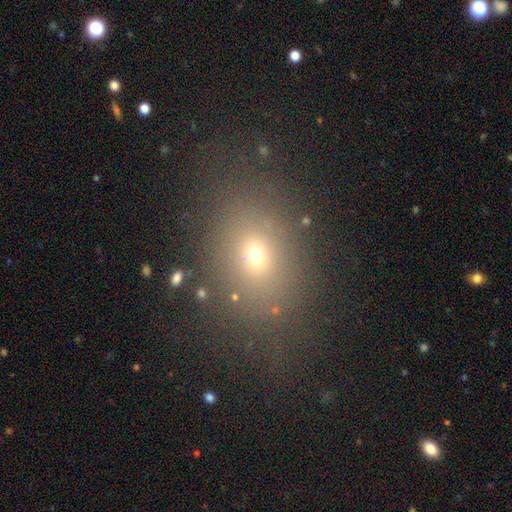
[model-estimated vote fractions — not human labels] Morphology: type=smooth (64%); roundness=in between (57%); merging=none (75%).